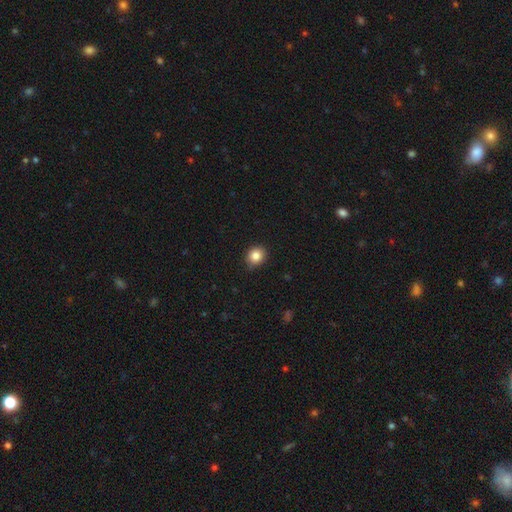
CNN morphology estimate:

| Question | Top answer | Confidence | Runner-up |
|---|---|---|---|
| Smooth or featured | smooth | 84% | star or artifact (10%) |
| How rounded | round | 76% | in between (23%) |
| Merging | none | 83% | minor disturbance (14%) |